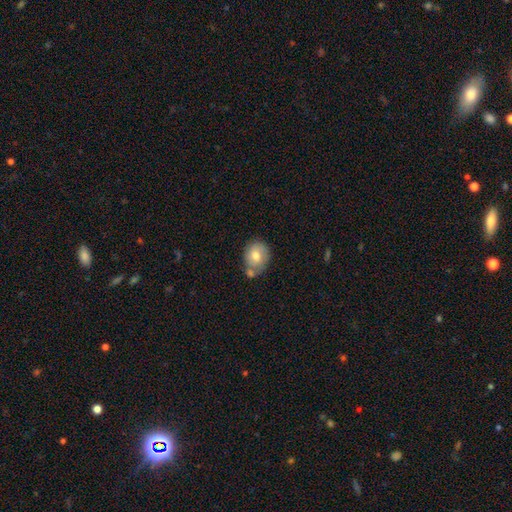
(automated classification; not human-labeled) The model was most divided on "how rounded": round: 57%, in between: 42%, cigar-shaped: 1%. Remaining: smooth or featured — smooth (70%); merging — none (49%).